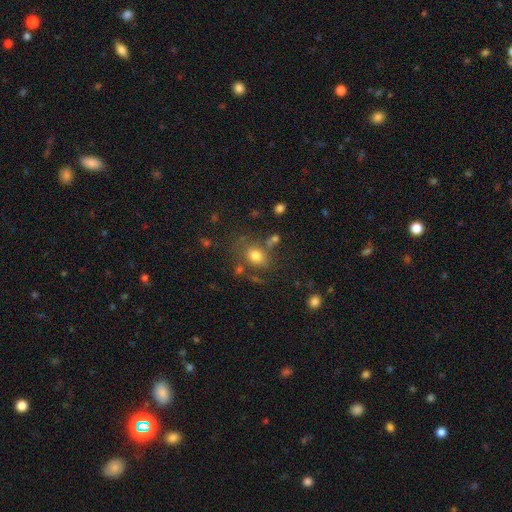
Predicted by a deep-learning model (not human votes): Smooth or featured?
  - smooth: 76% *
  - star or artifact: 12%
  - featured or disk: 12%
How rounded?
  - in between: 55% *
  - round: 43%
  - cigar-shaped: 1%
Merging?
  - none: 65% *
  - minor disturbance: 17%
  - merger: 10%
  - major disturbance: 8%